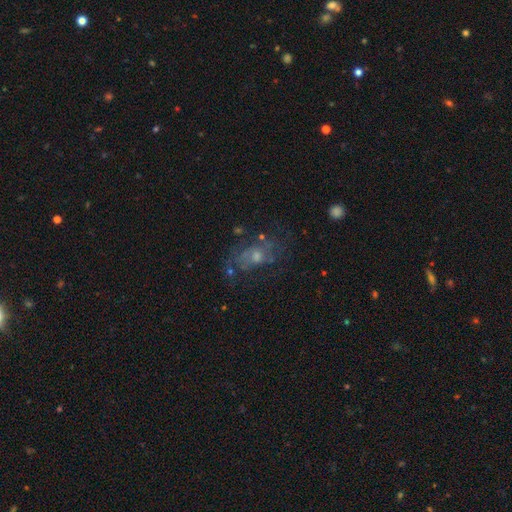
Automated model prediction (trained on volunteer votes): This appears to be a featured or disk galaxy (58%) with no bar (74%), spiral arms (60%) and a moderate central bulge (49%). Merging: none (55%).